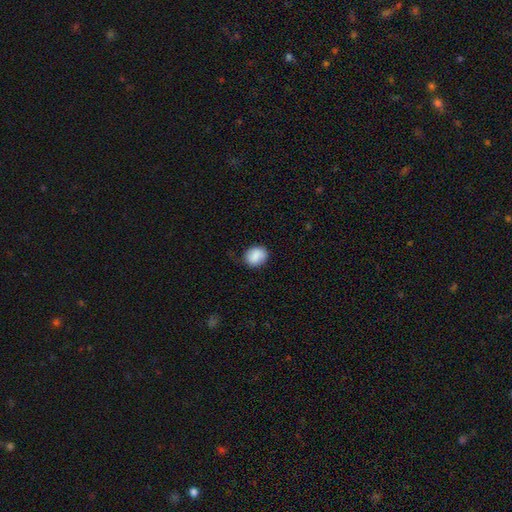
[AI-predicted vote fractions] The model was most divided on "how rounded": round: 60%, in between: 39%, cigar-shaped: 1%. More confident: smooth or featured — smooth (87%); merging — none (80%).